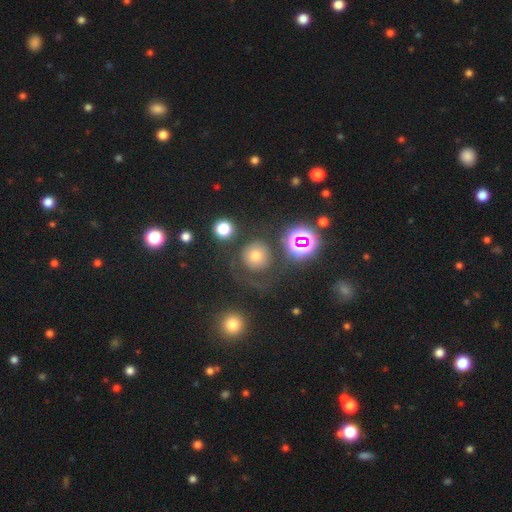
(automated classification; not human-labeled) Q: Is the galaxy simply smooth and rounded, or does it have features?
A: smooth — 64%.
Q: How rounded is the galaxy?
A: round — 91%.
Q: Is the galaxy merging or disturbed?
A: none — 62%.